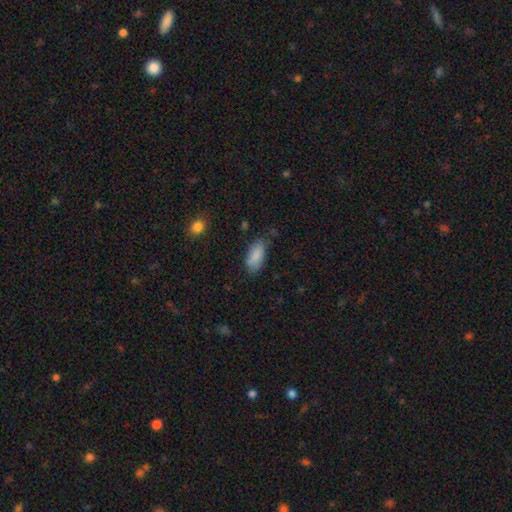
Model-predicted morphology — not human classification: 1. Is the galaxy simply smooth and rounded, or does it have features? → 86% smooth, 7% featured or disk, 7% star or artifact.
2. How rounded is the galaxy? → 88% in between, 9% cigar-shaped, 2% round.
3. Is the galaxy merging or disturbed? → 70% none, 22% minor disturbance, 5% major disturbance, 2% merger.